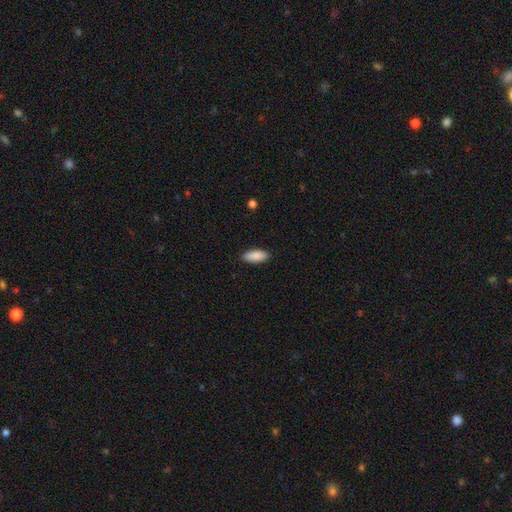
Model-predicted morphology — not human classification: The model was most divided on "how rounded": in between: 80%, cigar-shaped: 18%, round: 2%. More confident: smooth or featured — smooth (90%); merging — none (89%).